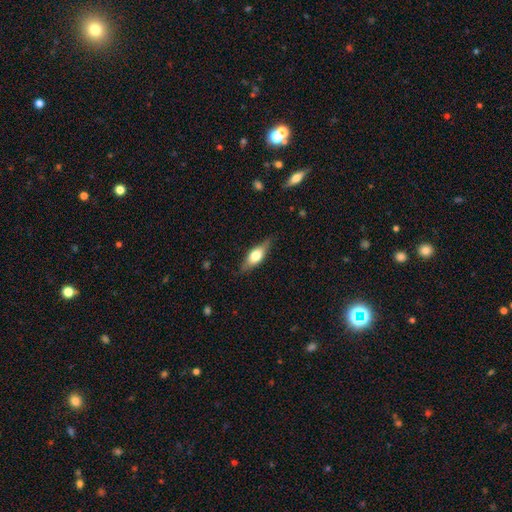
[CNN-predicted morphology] This is possibly a smooth galaxy (51%). How rounded: likely in between (64%). Merging: likely none (80%).